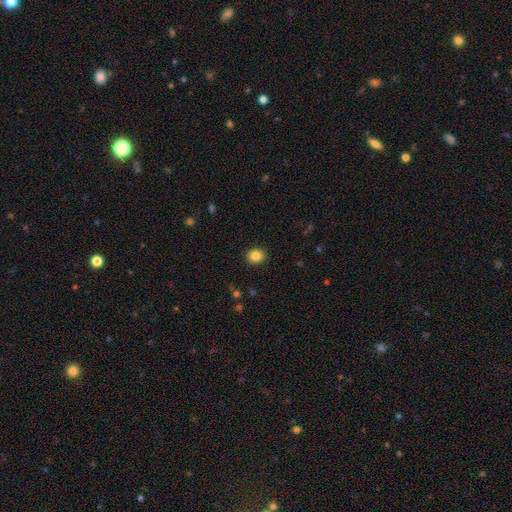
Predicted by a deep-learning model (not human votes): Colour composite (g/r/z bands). It shows a smooth galaxy with no disk features (85%) that is round (67%). Merging: none (89%).